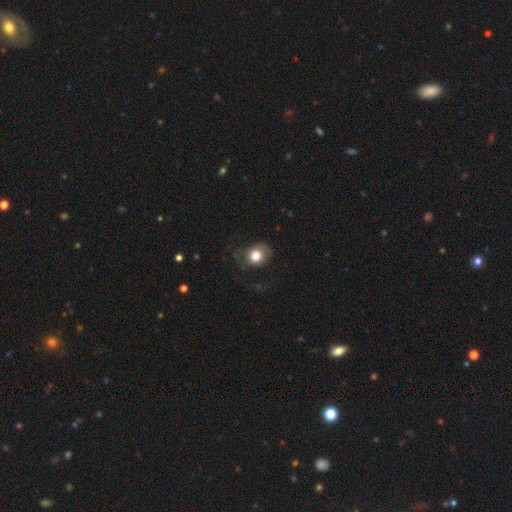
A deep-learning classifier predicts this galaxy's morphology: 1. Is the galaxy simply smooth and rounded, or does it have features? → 79% smooth, 12% featured or disk, 9% star or artifact.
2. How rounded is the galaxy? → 67% round, 32% in between, 1% cigar-shaped.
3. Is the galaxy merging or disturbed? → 59% none, 24% minor disturbance, 16% major disturbance, 1% merger.